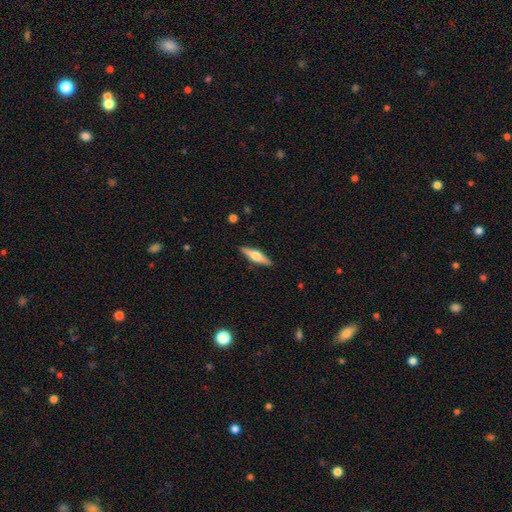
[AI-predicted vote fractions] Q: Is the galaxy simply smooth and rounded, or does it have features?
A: featured or disk — 60%.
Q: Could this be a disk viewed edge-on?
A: yes — 96%.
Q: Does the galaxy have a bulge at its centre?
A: rounded — 91%.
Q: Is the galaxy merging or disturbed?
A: none — 90%.